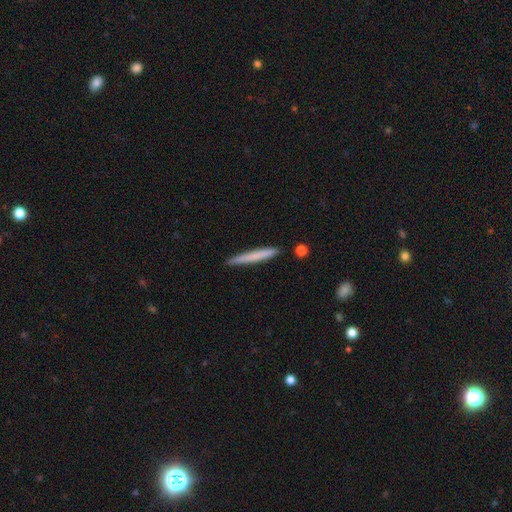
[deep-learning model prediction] smooth 68%, featured or disk 26%, star or artifact 6%. Down the decision tree: how rounded — cigar-shaped (97%); merging — none (88%).